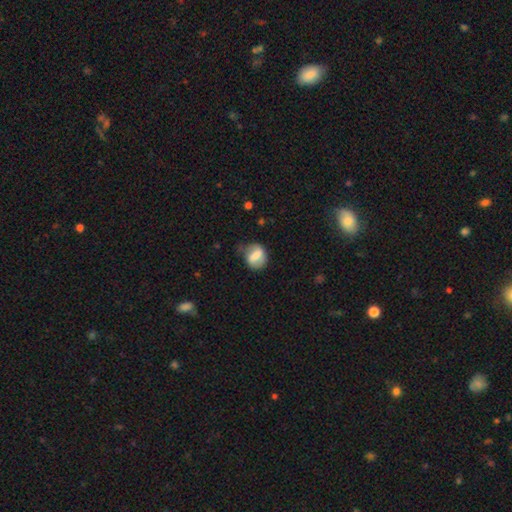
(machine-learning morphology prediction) smooth 58%, featured or disk 34%, star or artifact 8%. Down the decision tree: how rounded — round (54%); merging — none (58%).